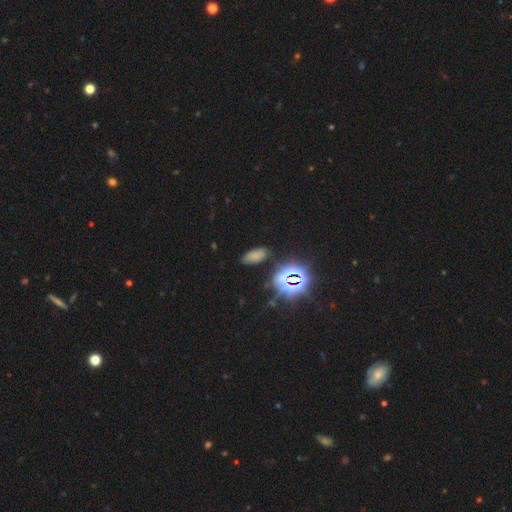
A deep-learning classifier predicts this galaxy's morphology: This is likely a smooth galaxy (62%). How rounded: clearly in between (89%). Merging: likely none (79%).